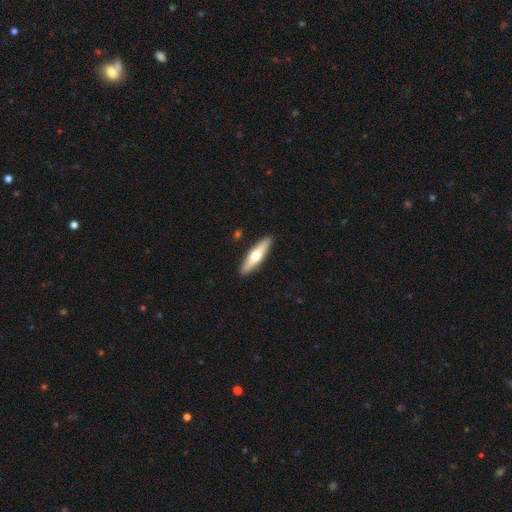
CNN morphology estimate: smooth-or-featured: smooth: 48% | featured or disk: 47% | star or artifact: 5%
  merging: none: 91% | minor disturbance: 6% | major disturbance: 1% | merger: 1%